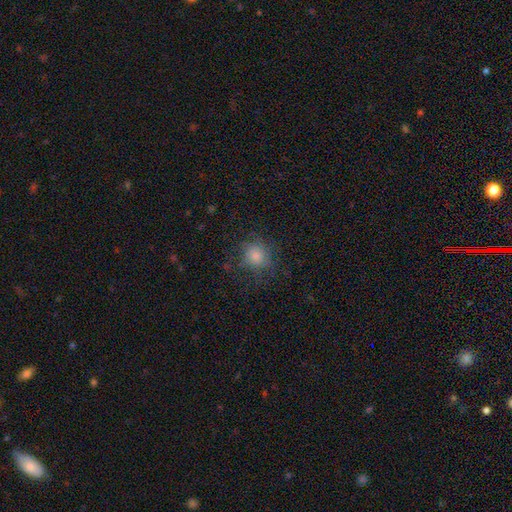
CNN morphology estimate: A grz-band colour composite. It shows a smooth galaxy with no disk features (71%) that is round (86%). Merging: none (72%).